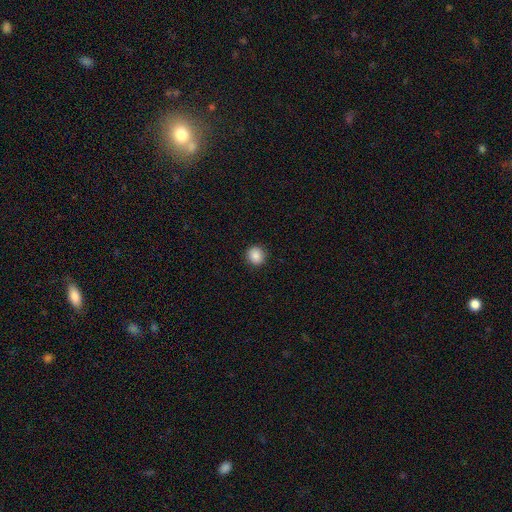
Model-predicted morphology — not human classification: A smooth galaxy with no disk features (87%) that is round (89%). Merging: none (91%).